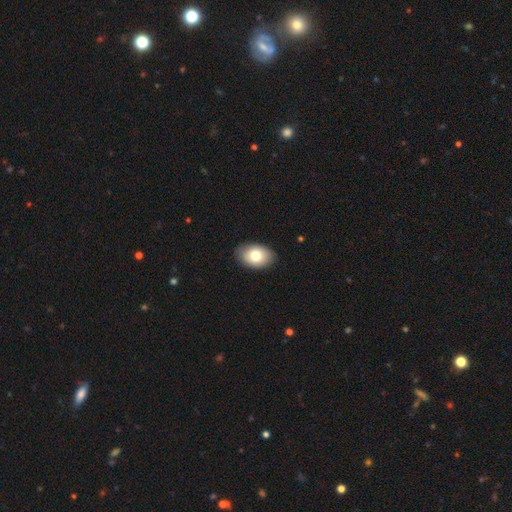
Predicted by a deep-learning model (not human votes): Morphology: type=smooth (79%); roundness=in between (89%); merging=none (86%).